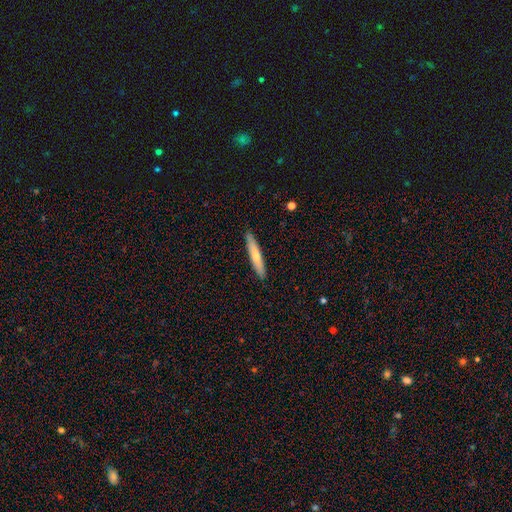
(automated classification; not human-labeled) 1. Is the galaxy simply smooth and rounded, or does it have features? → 63% smooth, 32% featured or disk, 5% star or artifact.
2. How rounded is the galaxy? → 93% cigar-shaped, 6% in between, 1% round.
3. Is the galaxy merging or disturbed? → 91% none, 7% minor disturbance, 1% major disturbance, 1% merger.